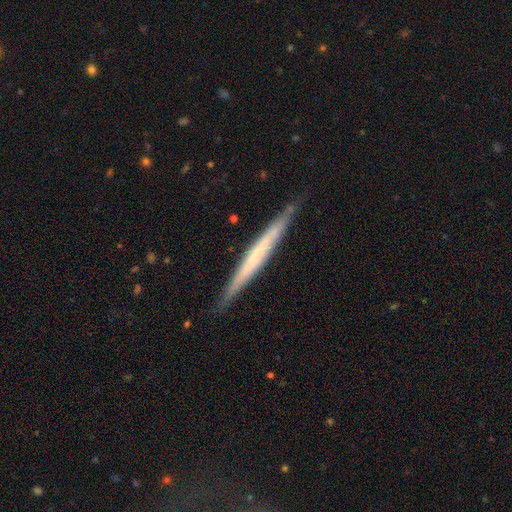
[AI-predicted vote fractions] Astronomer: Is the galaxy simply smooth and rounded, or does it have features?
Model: featured or disk — 54% (runner-up: smooth, 41%).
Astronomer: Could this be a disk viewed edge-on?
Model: yes — 96%.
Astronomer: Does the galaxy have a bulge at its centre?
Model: none — 76%.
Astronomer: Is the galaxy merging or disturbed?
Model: none — 87%.